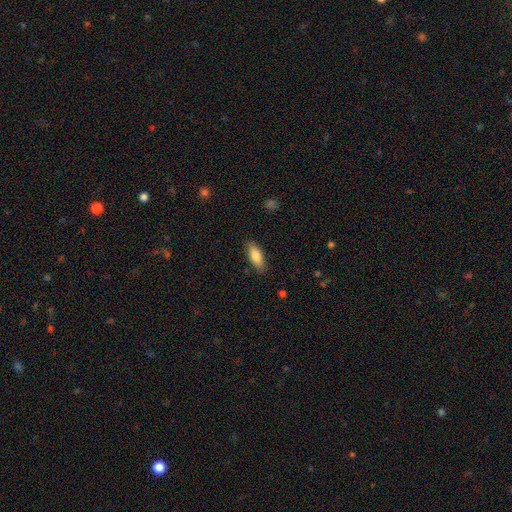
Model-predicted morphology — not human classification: smooth 83%, featured or disk 10%, star or artifact 6%. Down the decision tree: how rounded — in between (78%); merging — none (85%).